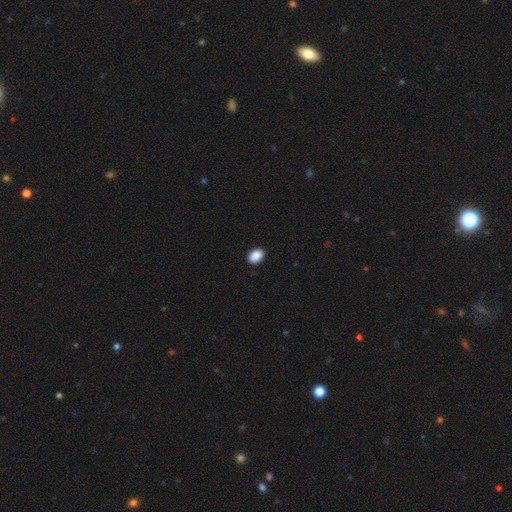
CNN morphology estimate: This is clearly a smooth galaxy (90%). How rounded: clearly in between (83%). Merging: clearly none (90%).